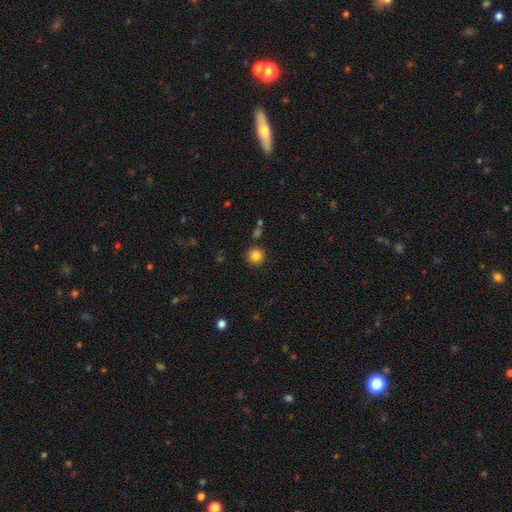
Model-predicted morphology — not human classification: Smooth or featured? smooth (84%)
How rounded? round (94%)
Merging? none (87%)